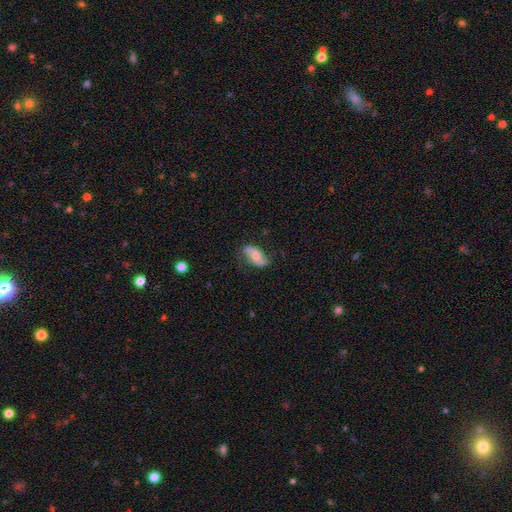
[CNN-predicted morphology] The model was most divided on "bar": no: 51%, weak: 31%, strong: 18%. More confident: edge-on disk — no (92%); spiral arms — yes (87%); merging — none (74%); smooth or featured — featured or disk (62%); bulge size — moderate (60%).